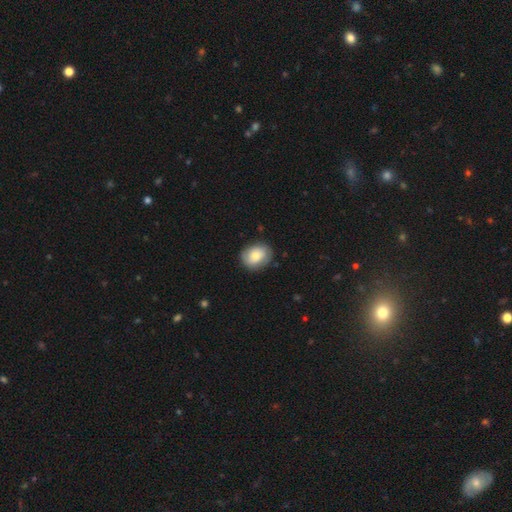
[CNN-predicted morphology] Q: Smooth or featured?
A: smooth (68%); runner-up: featured or disk (24%)
Q: How rounded?
A: round (51%); runner-up: in between (48%)
Q: Merging?
A: none (81%); runner-up: minor disturbance (14%)